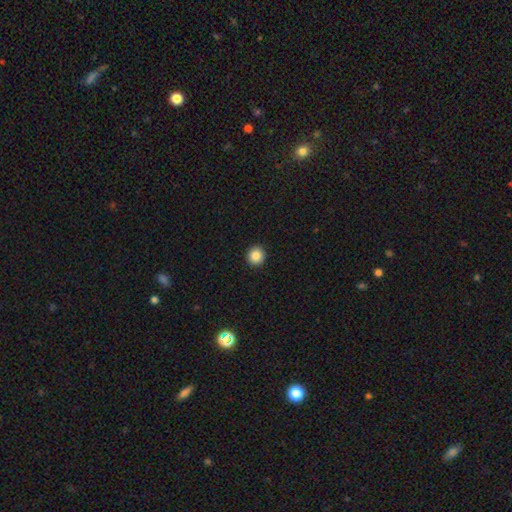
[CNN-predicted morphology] A smooth galaxy with no disk features (86%) that is round (93%).

Vote fractions:
- Smooth or featured? smooth: 86% / star or artifact: 10% / featured or disk: 4%
- How rounded? round: 93% / in between: 6% / cigar-shaped: 1%
- Merging? none: 93% / minor disturbance: 4% / major disturbance: 1% / merger: 1%